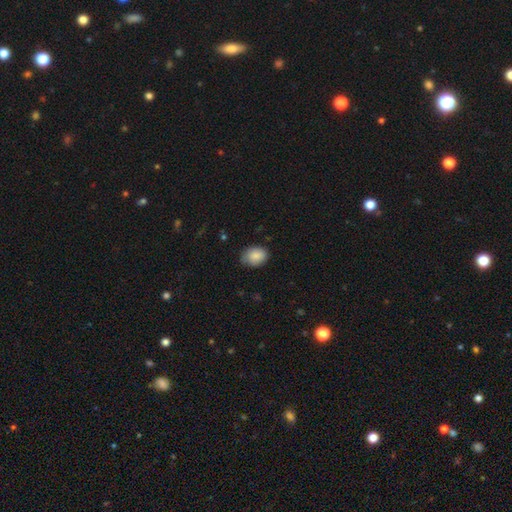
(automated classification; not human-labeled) smooth_or_featured: smooth (p=0.87) [alt: star or artifact p=0.07]
how_rounded: in between (p=0.61) [alt: round p=0.38]
merging: none (p=0.74) [alt: minor disturbance p=0.22]